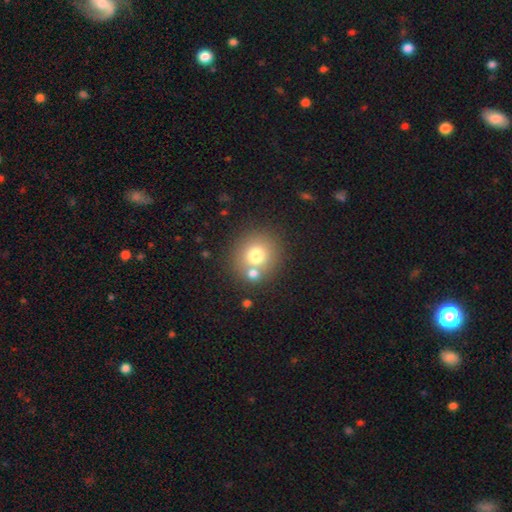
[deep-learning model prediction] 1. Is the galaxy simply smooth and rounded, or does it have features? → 73% smooth, 14% featured or disk, 13% star or artifact.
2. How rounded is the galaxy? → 89% round, 10% in between, 1% cigar-shaped.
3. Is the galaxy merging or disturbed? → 69% none, 20% merger, 8% minor disturbance, 3% major disturbance.